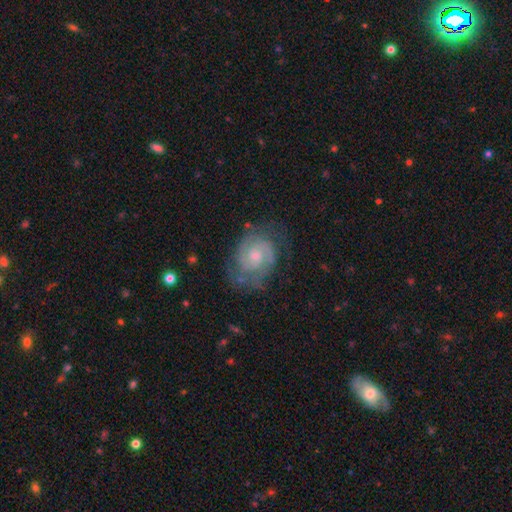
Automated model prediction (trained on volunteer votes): Smooth or featured? featured or disk (82%)
Edge-on disk? no (98%)
Bar? no (66%)
Spiral arms? yes (94%)
Spiral winding? tight (55%)
Spiral arm count? 2 (68%)
Bulge size? small (51%)
Merging? none (66%)